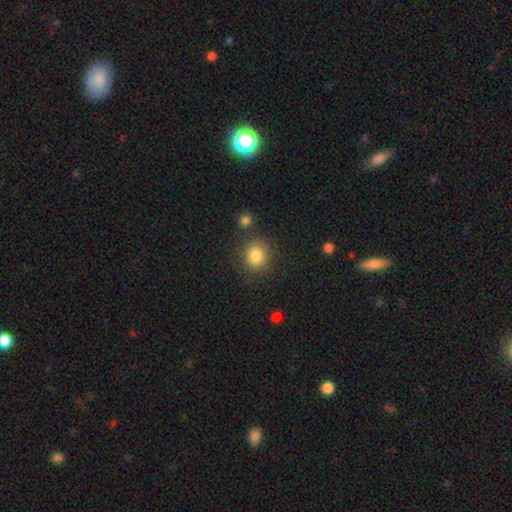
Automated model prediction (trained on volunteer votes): A smooth galaxy with no disk features (84%) that is round (80%).

Vote fractions:
- Smooth or featured? smooth: 84% / star or artifact: 10% / featured or disk: 6%
- How rounded? round: 80% / in between: 20% / cigar-shaped: 1%
- Merging? none: 83% / minor disturbance: 9% / merger: 5% / major disturbance: 3%